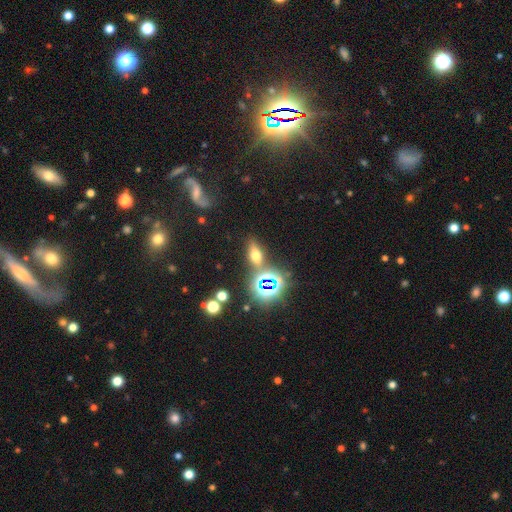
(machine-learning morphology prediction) smooth 48%, star or artifact 34%, featured or disk 17%. Down the decision tree: merging — none (74%).